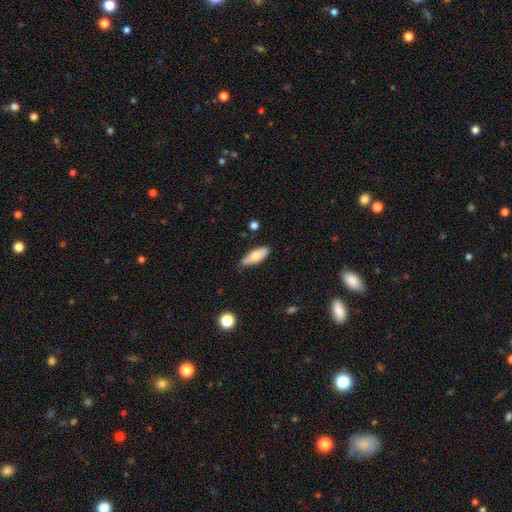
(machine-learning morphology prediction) Smooth or featured?
  - smooth: 67% *
  - featured or disk: 27%
  - star or artifact: 6%
How rounded?
  - in between: 61% *
  - cigar-shaped: 37%
  - round: 2%
Merging?
  - none: 85% *
  - minor disturbance: 11%
  - major disturbance: 2%
  - merger: 2%